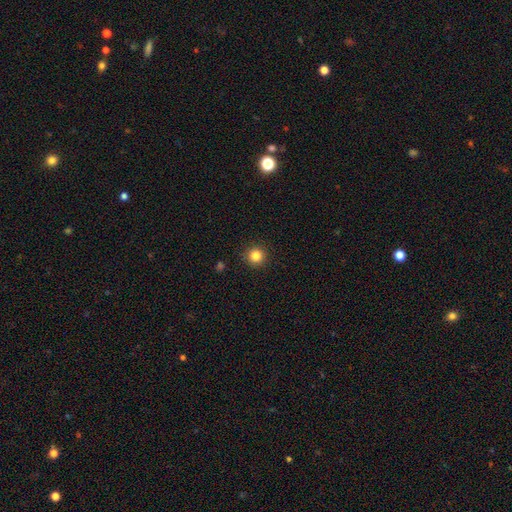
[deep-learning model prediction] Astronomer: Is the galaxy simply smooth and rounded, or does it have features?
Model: smooth — 83%.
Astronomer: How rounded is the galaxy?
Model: round — 95%.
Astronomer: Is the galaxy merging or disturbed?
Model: none — 92%.